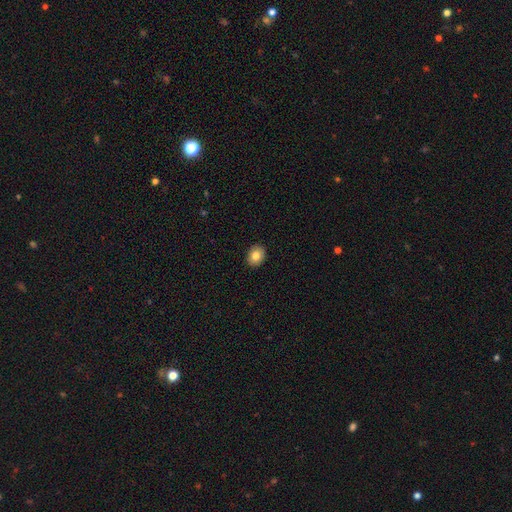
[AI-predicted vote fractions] Q: Smooth or featured?
A: smooth (83%); runner-up: featured or disk (9%)
Q: How rounded?
A: in between (56%); runner-up: round (43%)
Q: Merging?
A: none (91%); runner-up: minor disturbance (6%)